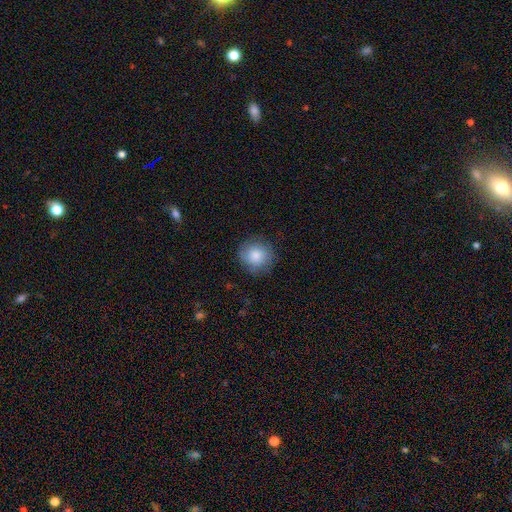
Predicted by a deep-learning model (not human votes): Smooth or featured?
  - smooth: 82% *
  - featured or disk: 10%
  - star or artifact: 7%
How rounded?
  - round: 90% *
  - in between: 9%
  - cigar-shaped: 1%
Merging?
  - none: 81% *
  - minor disturbance: 14%
  - major disturbance: 4%
  - merger: 1%